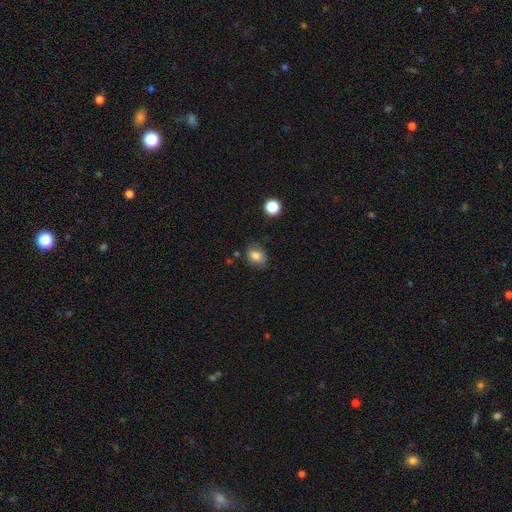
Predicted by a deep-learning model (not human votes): A smooth galaxy with no disk features (80%) that is in between round and cigar-shaped (62%).

Vote fractions:
- Smooth or featured? smooth: 80% / featured or disk: 10% / star or artifact: 10%
- How rounded? in between: 62% / round: 36% / cigar-shaped: 1%
- Merging? none: 72% / minor disturbance: 20% / major disturbance: 5% / merger: 3%